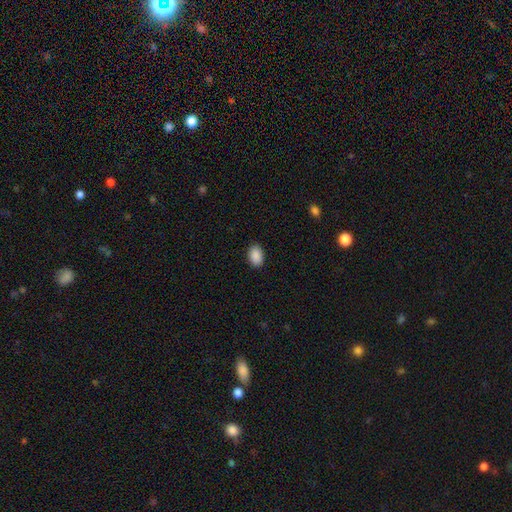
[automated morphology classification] This appears to be a smooth galaxy with no disk features (90%) that is in between round and cigar-shaped (87%). Merging: none (89%).